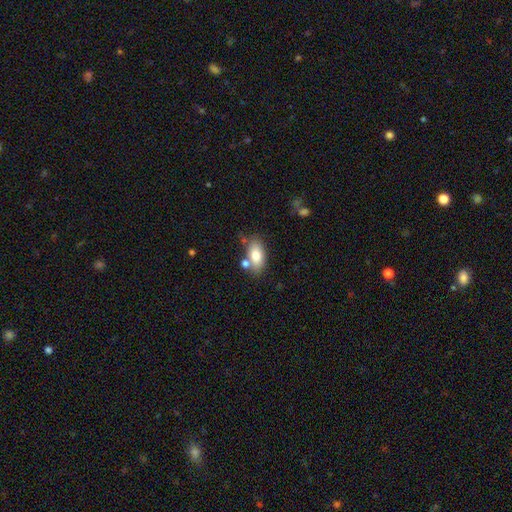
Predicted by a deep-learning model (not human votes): Overall: smooth (78%). How rounded: in between (90%). Merging: none (66%).